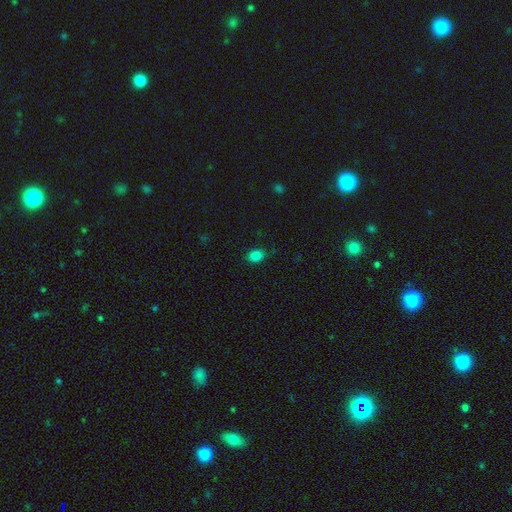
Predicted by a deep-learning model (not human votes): Smooth or featured: smooth — 84% (star or artifact — 11%)
How rounded: in between — 65% (round — 34%)
Merging: none — 83% (minor disturbance — 13%)